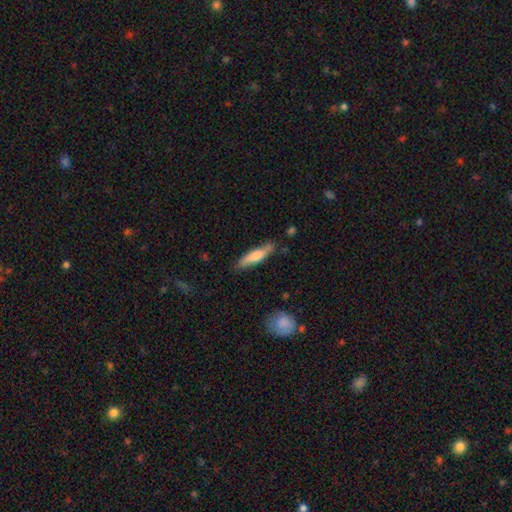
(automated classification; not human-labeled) Morphology: type=smooth (64%); roundness=cigar-shaped (80%); merging=none (80%).